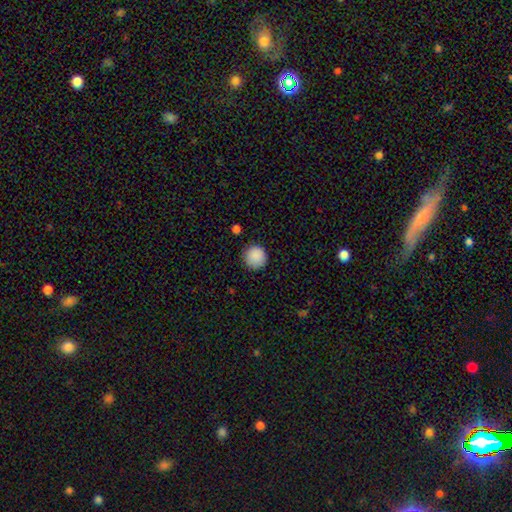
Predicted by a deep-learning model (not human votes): Smooth or featured? smooth (89%)
How rounded? round (95%)
Merging? none (89%)